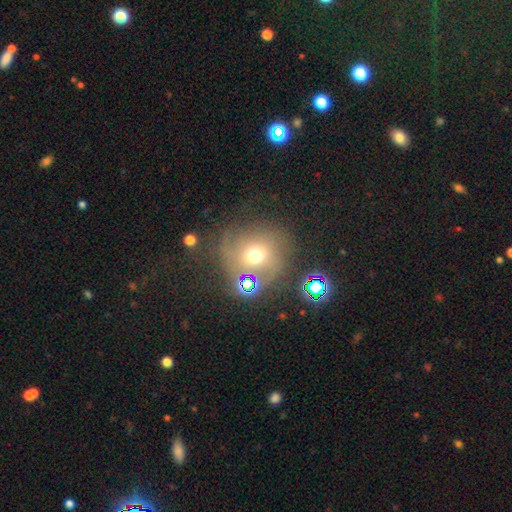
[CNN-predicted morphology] smooth-or-featured: smooth: 52% | featured or disk: 25% | star or artifact: 23%
  how-rounded: round: 88% | in between: 11% | cigar-shaped: 1%
  merging: none: 64% | minor disturbance: 17% | major disturbance: 11% | merger: 8%